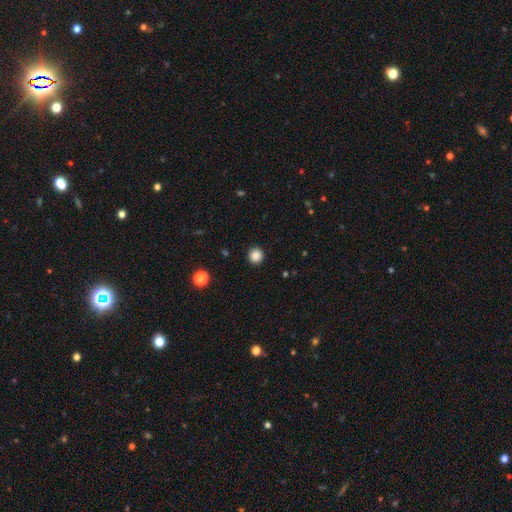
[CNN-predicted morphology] A smooth galaxy with no disk features (86%) that is round (94%).

Vote fractions:
- Smooth or featured? smooth: 86% / star or artifact: 11% / featured or disk: 2%
- How rounded? round: 94% / in between: 5% / cigar-shaped: 1%
- Merging? none: 92% / minor disturbance: 5% / major disturbance: 2% / merger: 1%